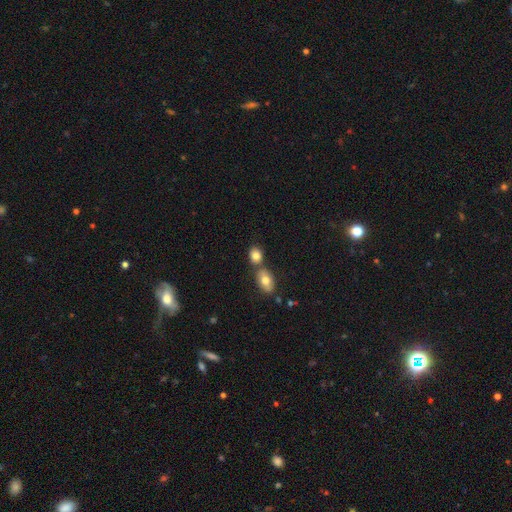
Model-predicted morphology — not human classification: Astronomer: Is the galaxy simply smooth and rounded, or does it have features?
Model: smooth — 82%.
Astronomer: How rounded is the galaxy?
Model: in between — 63%.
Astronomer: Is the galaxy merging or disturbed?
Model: none — 51% (runner-up: merger, 36%).